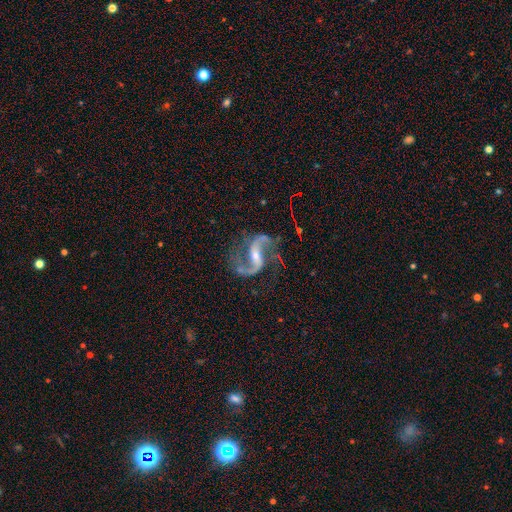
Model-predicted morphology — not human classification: This appears to be a featured or disk galaxy (92%) with a strong bar (41%), 2 (94%) loose (54%) spiral arms (98%) and a small central bulge (56%). Merging: none (74%).